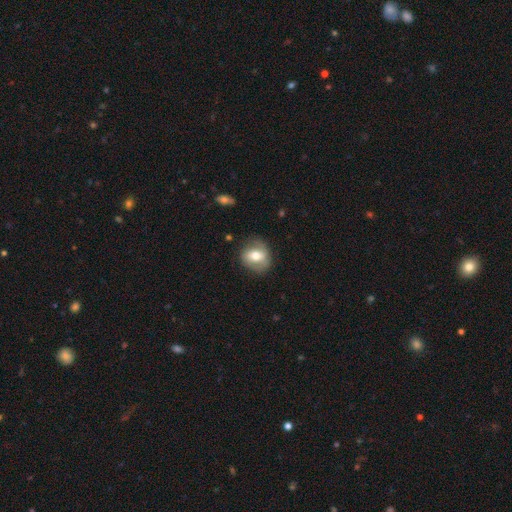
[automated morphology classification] Q: Smooth or featured?
A: smooth (56%); runner-up: featured or disk (37%)
Q: How rounded?
A: round (66%); runner-up: in between (33%)
Q: Merging?
A: none (74%); runner-up: minor disturbance (18%)